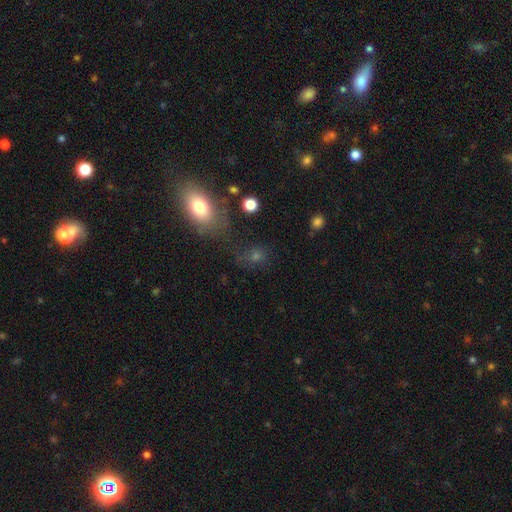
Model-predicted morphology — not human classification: This appears to be a smooth galaxy with no disk features (60%) that is in between round and cigar-shaped (49%). Merging: none (59%).